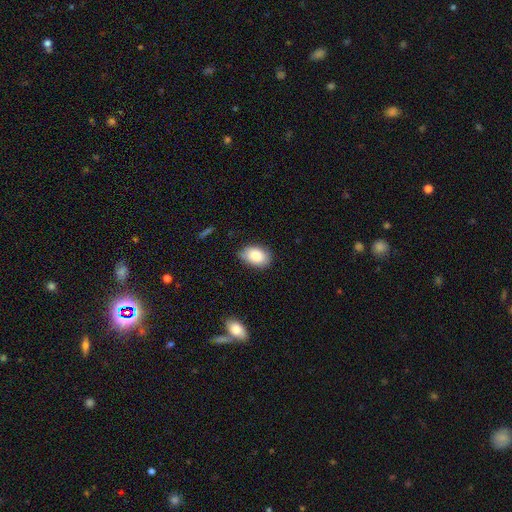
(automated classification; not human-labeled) Smooth or featured?
  - smooth: 85% *
  - featured or disk: 8%
  - star or artifact: 7%
How rounded?
  - in between: 87% *
  - round: 12%
  - cigar-shaped: 1%
Merging?
  - none: 77% *
  - minor disturbance: 18%
  - major disturbance: 3%
  - merger: 2%